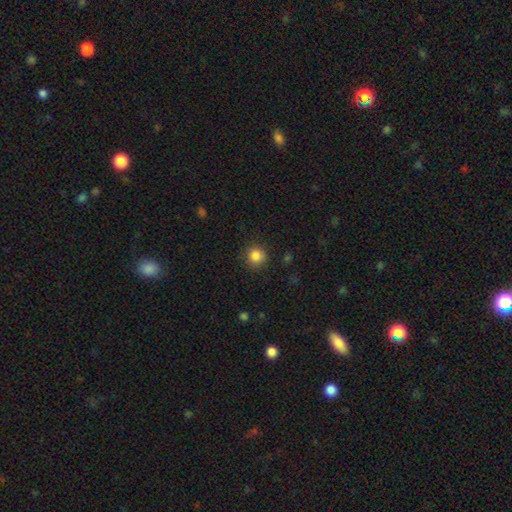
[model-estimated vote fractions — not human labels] The model was most divided on "smooth or featured": smooth: 85%, star or artifact: 11%, featured or disk: 4%. More confident: how rounded — round (92%); merging — none (85%).